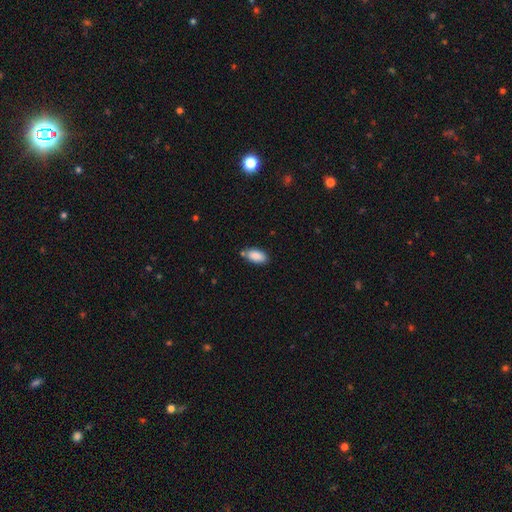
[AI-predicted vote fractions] The model was most divided on "merging": none: 73%, minor disturbance: 17%, merger: 7%, major disturbance: 3%. More confident: how rounded — in between (93%); smooth or featured — smooth (89%).